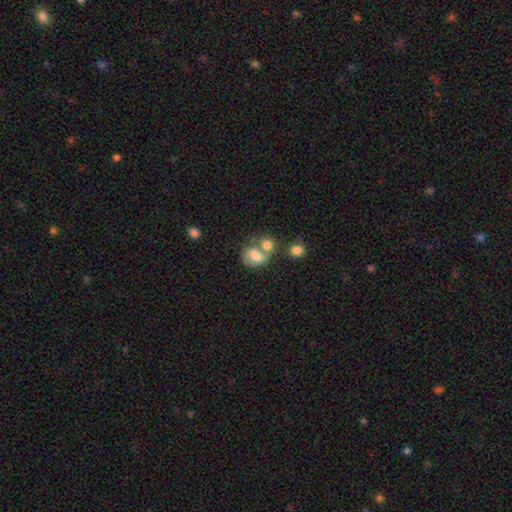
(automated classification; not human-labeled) Smooth or featured: smooth — 63% (featured or disk — 27%)
How rounded: in between — 60% (round — 39%)
Merging: merger — 52% (none — 26%)